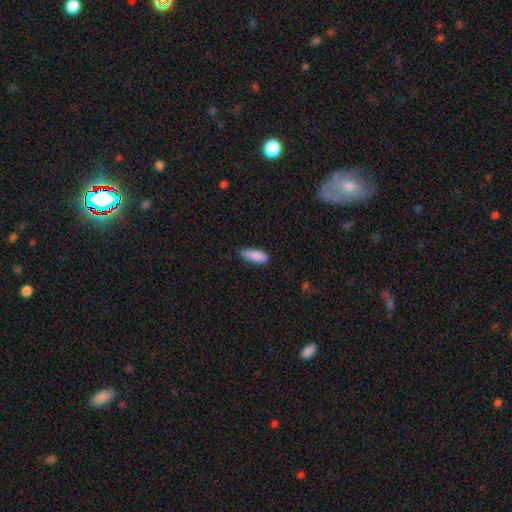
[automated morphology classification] Q: Smooth or featured?
A: smooth (89%); runner-up: star or artifact (6%)
Q: How rounded?
A: in between (65%); runner-up: cigar-shaped (33%)
Q: Merging?
A: none (82%); runner-up: minor disturbance (15%)